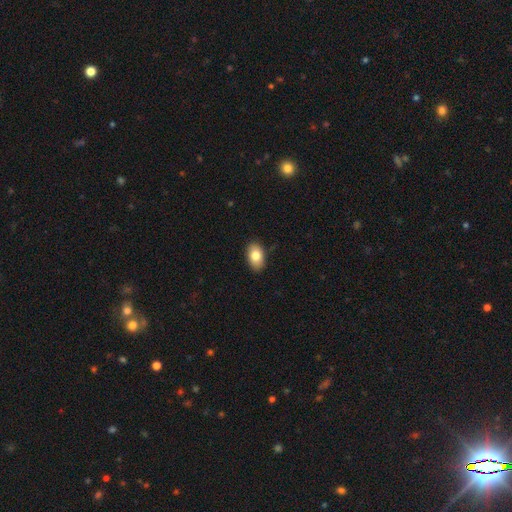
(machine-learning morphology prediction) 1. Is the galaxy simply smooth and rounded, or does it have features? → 83% smooth, 10% featured or disk, 7% star or artifact.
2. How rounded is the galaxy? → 91% in between, 8% round, 1% cigar-shaped.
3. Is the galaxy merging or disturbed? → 88% none, 10% minor disturbance, 2% major disturbance, 1% merger.